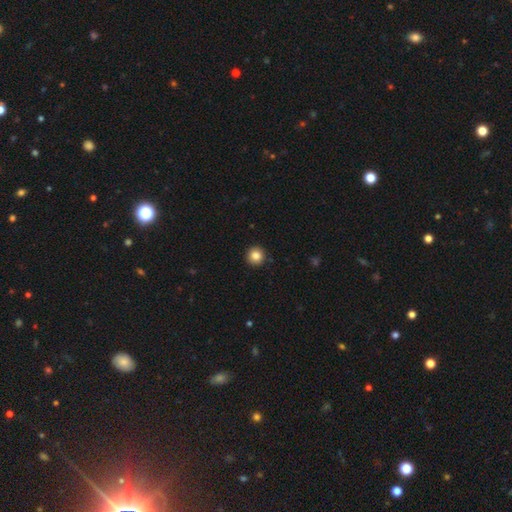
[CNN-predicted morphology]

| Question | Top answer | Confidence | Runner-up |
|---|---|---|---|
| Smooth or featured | smooth | 85% | star or artifact (10%) |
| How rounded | round | 95% | in between (4%) |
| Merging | none | 93% | minor disturbance (5%) |